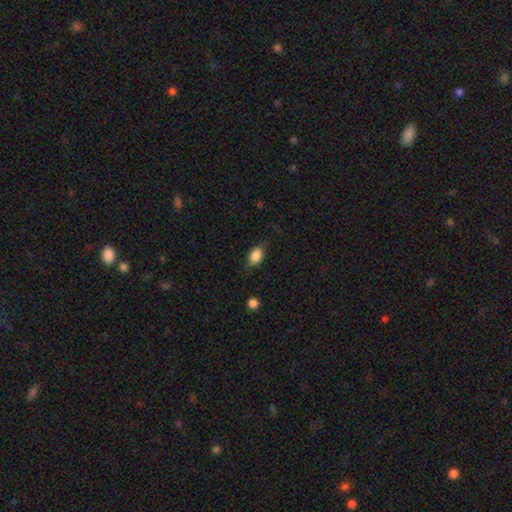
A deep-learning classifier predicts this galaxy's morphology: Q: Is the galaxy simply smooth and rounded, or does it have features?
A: smooth — 84%.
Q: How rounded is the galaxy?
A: in between — 84%.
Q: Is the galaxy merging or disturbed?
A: none — 70%.